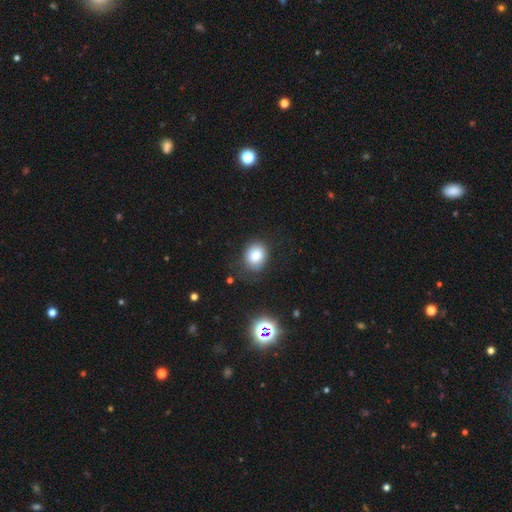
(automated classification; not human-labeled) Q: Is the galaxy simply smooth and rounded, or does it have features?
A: smooth — 77%.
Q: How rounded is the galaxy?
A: round — 67%.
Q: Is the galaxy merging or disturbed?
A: none — 77%.